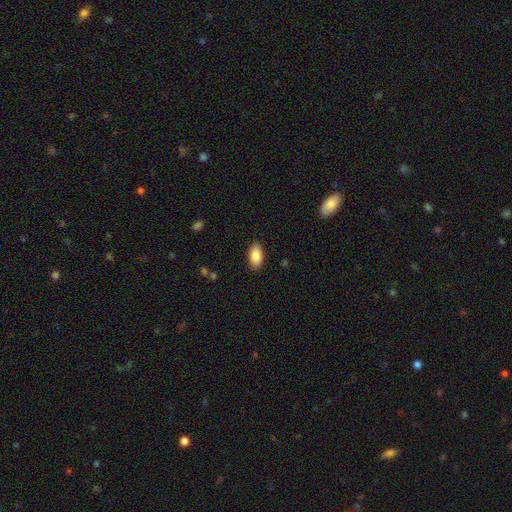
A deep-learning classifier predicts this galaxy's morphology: Smooth or featured: smooth — 88% (star or artifact — 7%)
How rounded: in between — 94% (round — 3%)
Merging: none — 87% (minor disturbance — 10%)